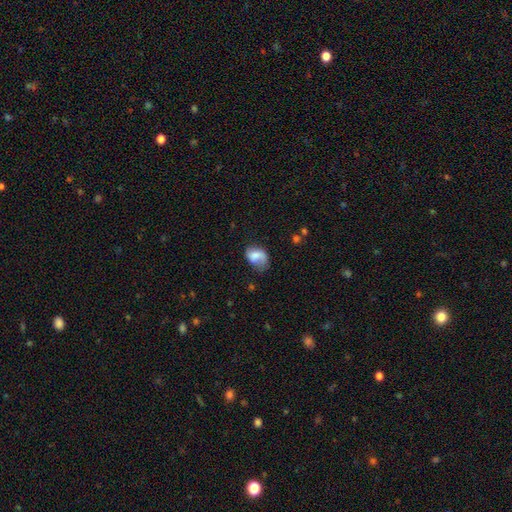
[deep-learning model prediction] Smooth or featured? smooth (63%)
How rounded? in between (75%)
Merging? none (39%)